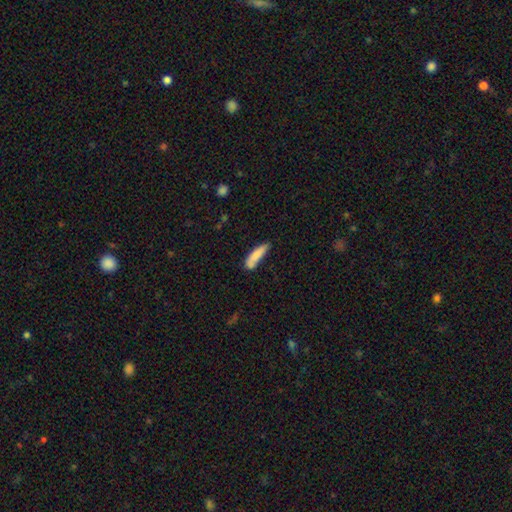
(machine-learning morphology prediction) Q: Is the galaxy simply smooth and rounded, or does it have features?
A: smooth — 81%.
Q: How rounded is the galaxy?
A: cigar-shaped — 70%.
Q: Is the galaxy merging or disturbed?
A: none — 55%.